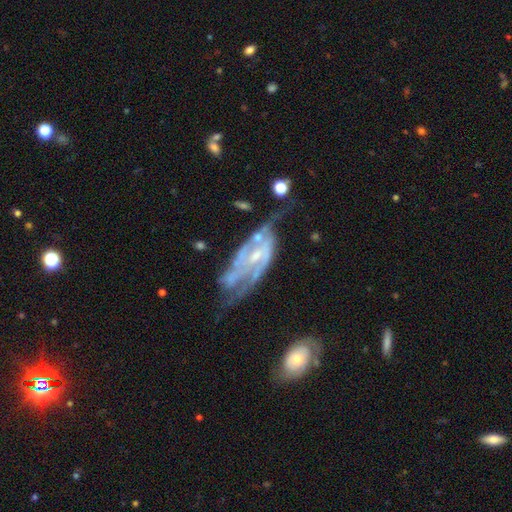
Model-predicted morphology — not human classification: This is clearly a featured or disk galaxy (86%). It is clearly not viewed edge-on (93%). Bar: marginally weak (42%). Spiral arm pattern: clearly yes (91%). Spiral arm count: possibly 2 (58%). Spiral winding: possibly medium (45%). Central bulge: likely small (63%). Merging: marginally none (42%).